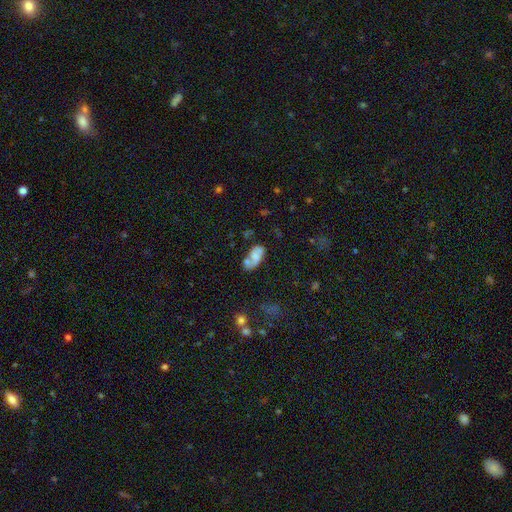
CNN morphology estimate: A smooth galaxy with no disk features (56%) that is in between round and cigar-shaped (91%).

Vote fractions:
- Smooth or featured? smooth: 56% / featured or disk: 34% / star or artifact: 9%
- How rounded? in between: 91% / round: 5% / cigar-shaped: 4%
- Merging? none: 38% / merger: 27% / minor disturbance: 21% / major disturbance: 14%